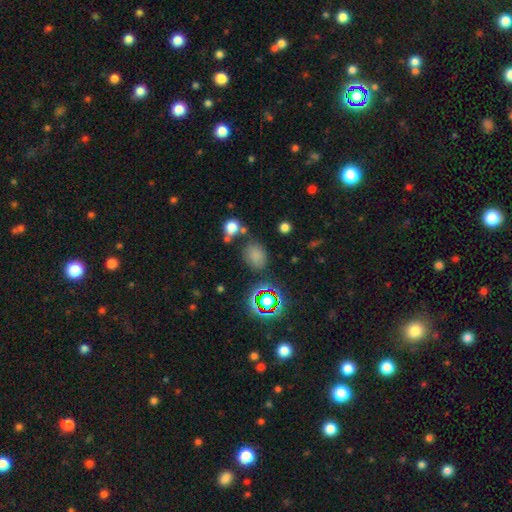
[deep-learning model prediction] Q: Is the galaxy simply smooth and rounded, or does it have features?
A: smooth — 70%.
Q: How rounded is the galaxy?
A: in between — 58%.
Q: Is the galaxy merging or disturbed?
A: none — 68%.